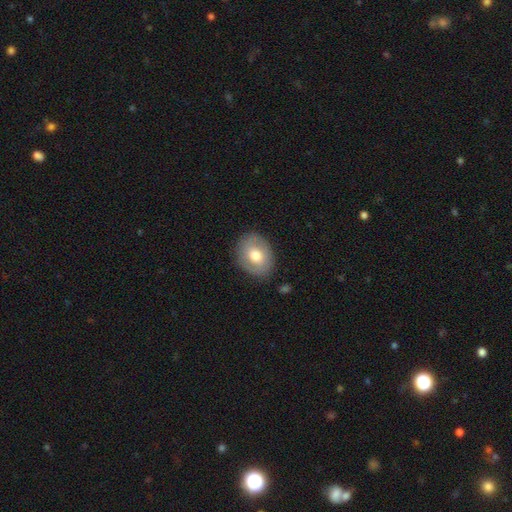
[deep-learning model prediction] Smooth or featured? Predicted: smooth (p=0.64). How rounded? Predicted: in between (p=0.54). Merging? Predicted: none (p=0.83).